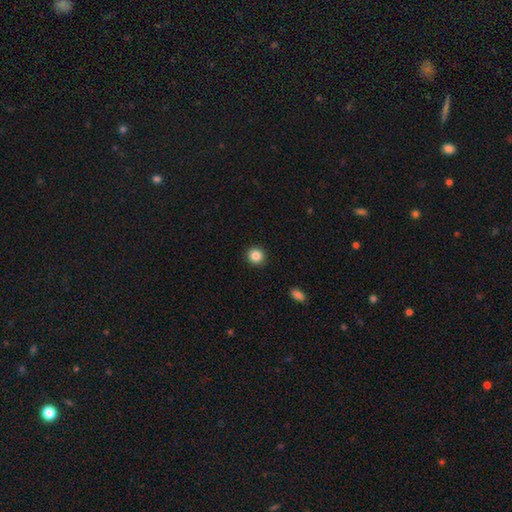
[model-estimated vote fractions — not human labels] Overall: smooth (86%). How rounded: round (92%). Merging: none (92%).